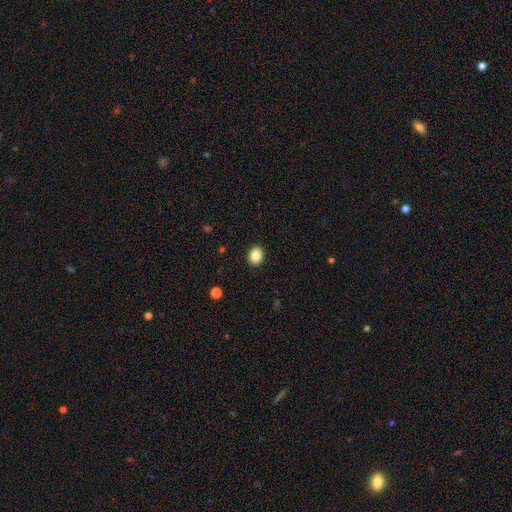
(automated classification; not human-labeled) Smooth or featured?
  - smooth: 85% *
  - star or artifact: 9%
  - featured or disk: 6%
How rounded?
  - round: 51% *
  - in between: 49%
  - cigar-shaped: 1%
Merging?
  - none: 92% *
  - minor disturbance: 6%
  - major disturbance: 2%
  - merger: 1%